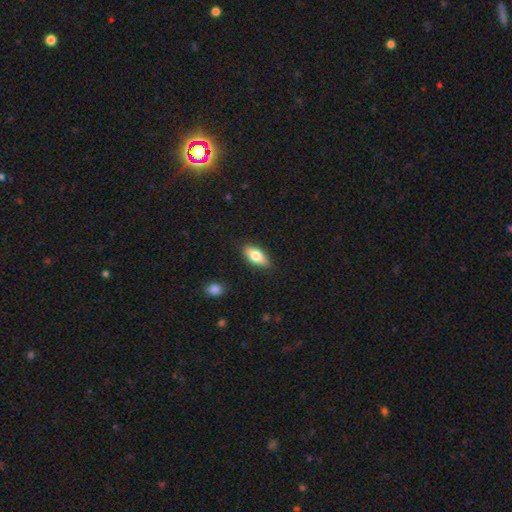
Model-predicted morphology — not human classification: Smooth or featured? Predicted: smooth (p=0.73). How rounded? Predicted: in between (p=0.82). Merging? Predicted: none (p=0.87).